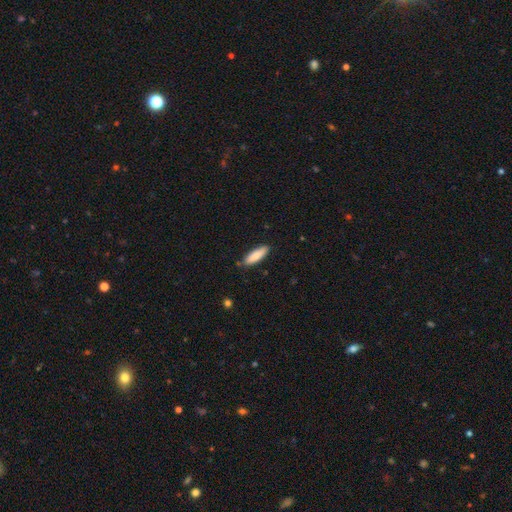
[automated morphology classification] Smooth or featured?
  - smooth: 86% *
  - featured or disk: 8%
  - star or artifact: 6%
How rounded?
  - cigar-shaped: 53% *
  - in between: 45%
  - round: 1%
Merging?
  - none: 83% *
  - minor disturbance: 13%
  - major disturbance: 2%
  - merger: 2%